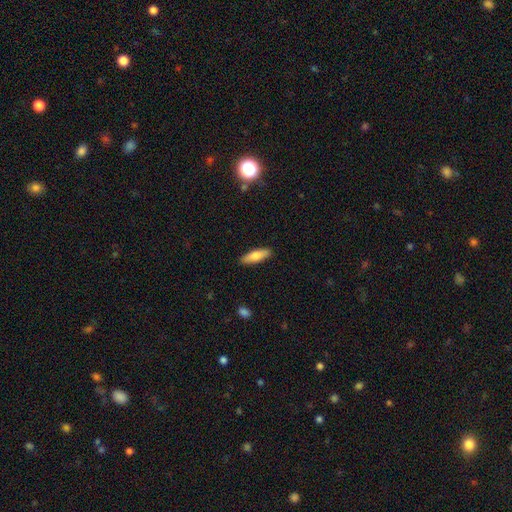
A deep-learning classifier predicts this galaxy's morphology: This is likely a smooth galaxy (74%). How rounded: possibly cigar-shaped (51%). Merging: clearly none (90%).